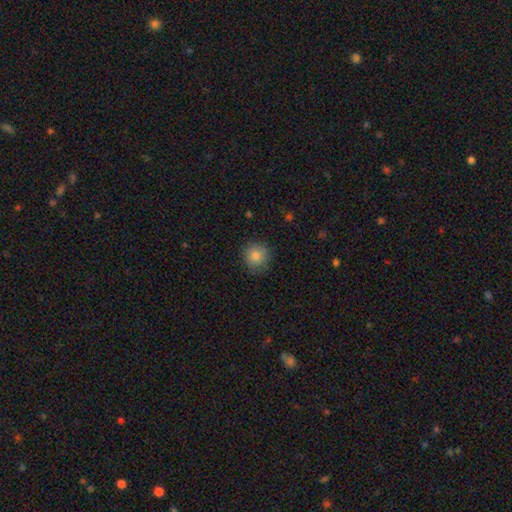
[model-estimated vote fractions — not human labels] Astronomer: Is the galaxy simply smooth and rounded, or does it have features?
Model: smooth — 82%.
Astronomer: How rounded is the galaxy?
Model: round — 88%.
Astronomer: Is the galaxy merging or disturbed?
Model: none — 82%.